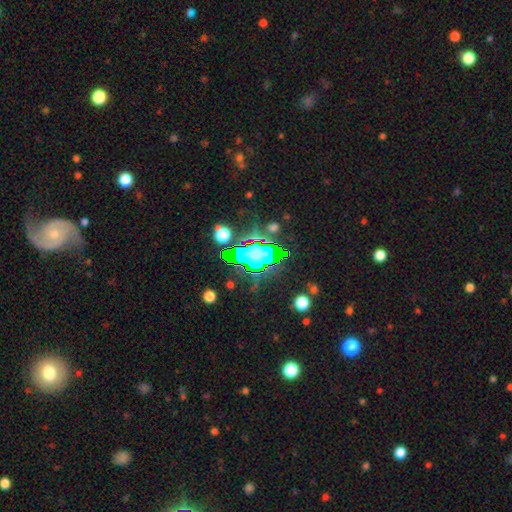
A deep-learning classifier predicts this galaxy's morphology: This is likely a star or artifact rather than a galaxy (79%).